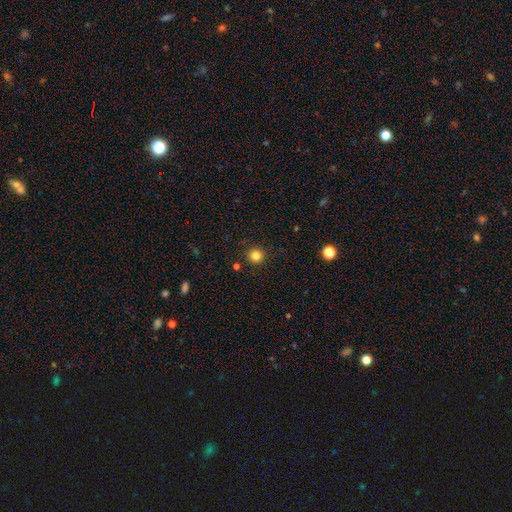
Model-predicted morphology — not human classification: The model was most divided on "smooth or featured": smooth: 83%, star or artifact: 13%, featured or disk: 5%. More confident: how rounded — round (95%); merging — none (90%).